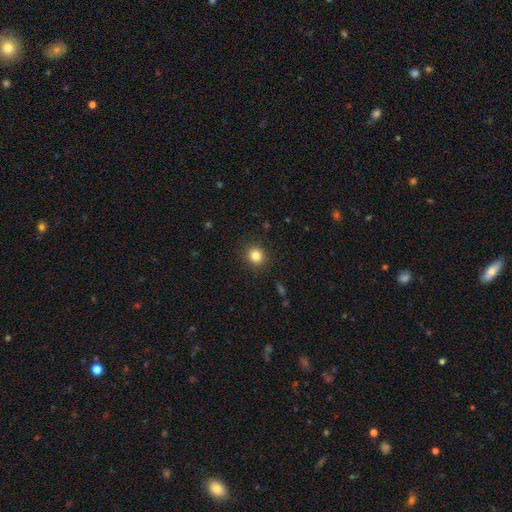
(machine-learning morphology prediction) This appears to be a smooth galaxy with no disk features (83%) that is round (87%). Merging: none (90%).